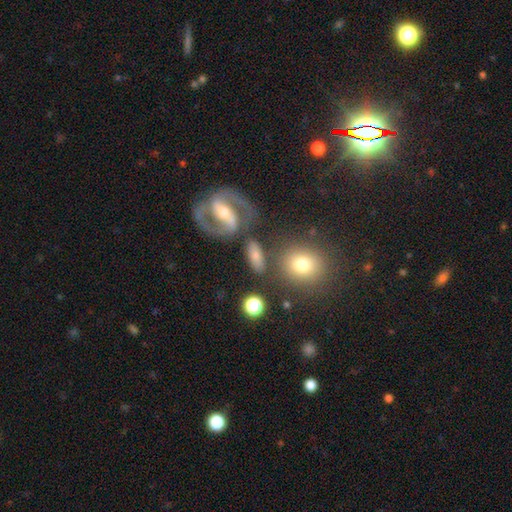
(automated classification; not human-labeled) Q: Smooth or featured?
A: smooth (53%); runner-up: featured or disk (38%)
Q: How rounded?
A: in between (75%); runner-up: round (16%)
Q: Merging?
A: none (69%); runner-up: minor disturbance (13%)